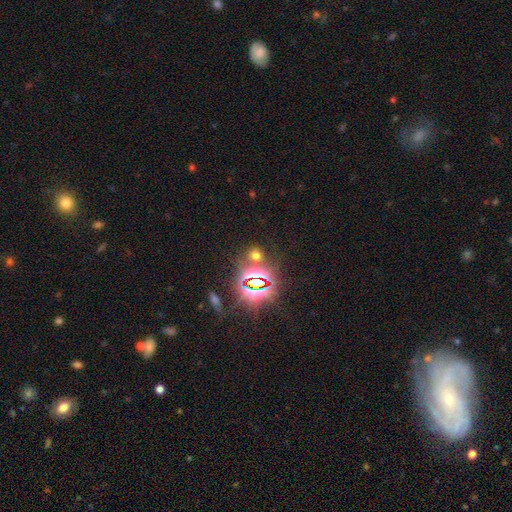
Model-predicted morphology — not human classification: smooth-or-featured: star or artifact: 49% | smooth: 44% | featured or disk: 7%